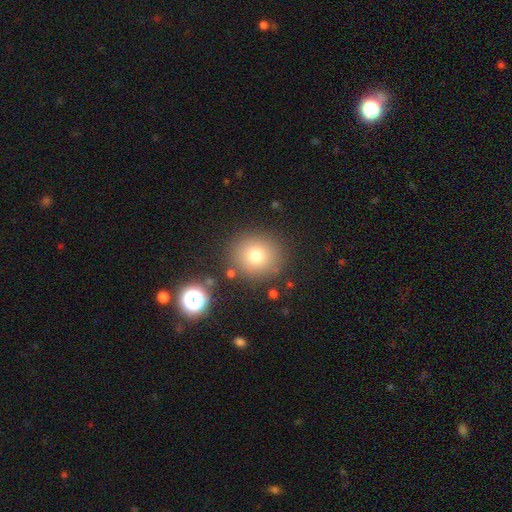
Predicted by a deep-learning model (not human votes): This is likely a smooth galaxy (76%). How rounded: clearly round (88%). Merging: clearly none (84%).